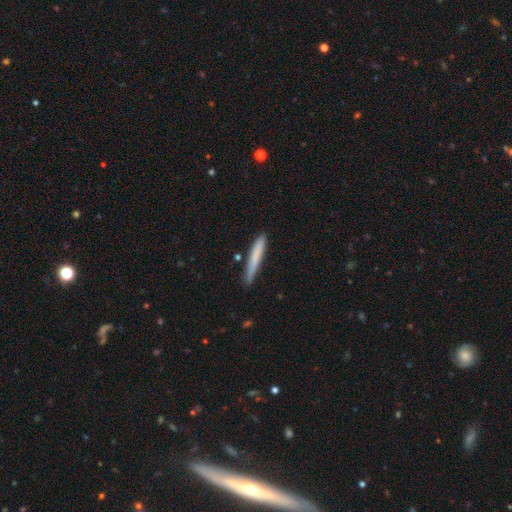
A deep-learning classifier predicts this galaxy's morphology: Overall: smooth (75%). How rounded: cigar-shaped (96%). Merging: none (83%).